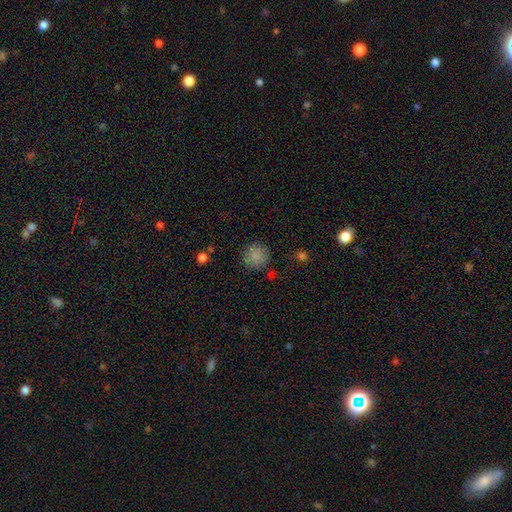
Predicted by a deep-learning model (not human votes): This appears to be a smooth galaxy with no disk features (83%) that is round (91%). Merging: none (80%).